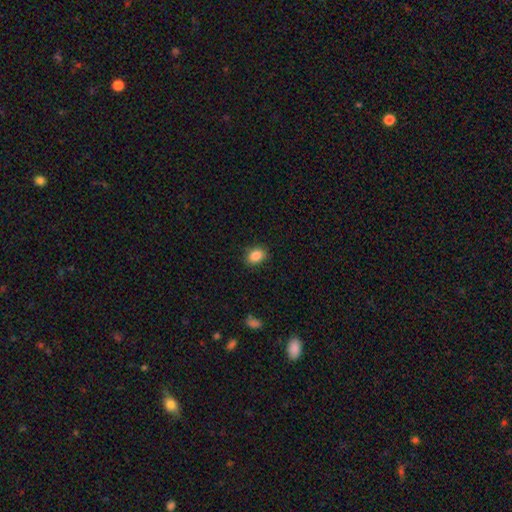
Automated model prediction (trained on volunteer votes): smooth 87%, star or artifact 9%, featured or disk 4%. Down the decision tree: how rounded — in between (73%); merging — none (88%).